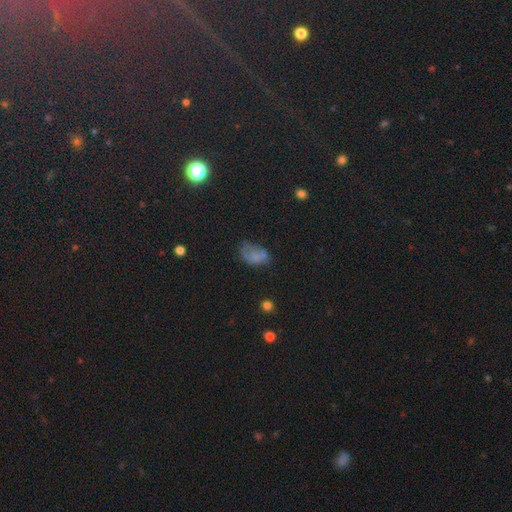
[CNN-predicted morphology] type=smooth (57%); roundness=in between (84%); merging=none (38%).